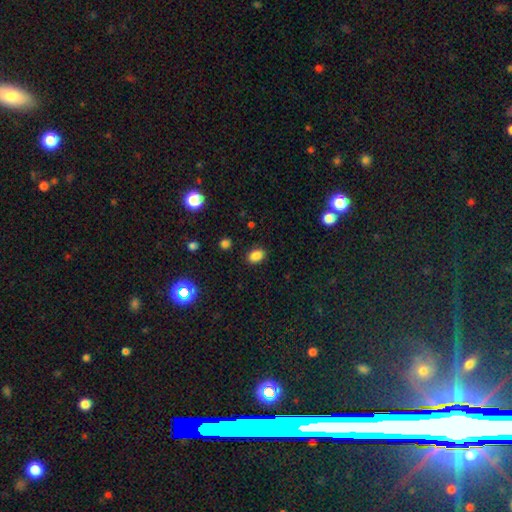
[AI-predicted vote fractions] Smooth or featured: smooth — 85% (star or artifact — 12%)
How rounded: in between — 77% (round — 22%)
Merging: none — 87% (minor disturbance — 9%)